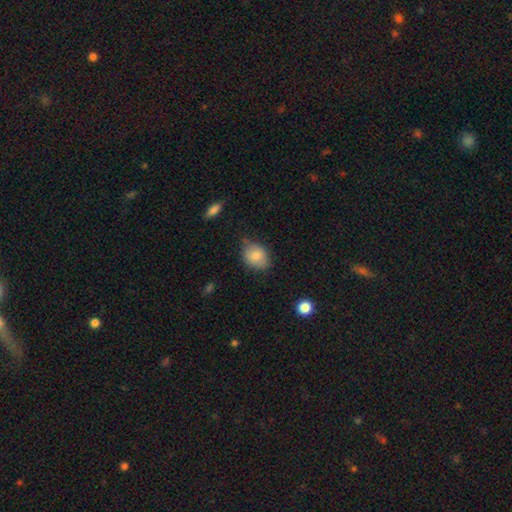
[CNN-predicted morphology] smooth 82%, featured or disk 10%, star or artifact 8%. Down the decision tree: how rounded — in between (60%); merging — none (70%).